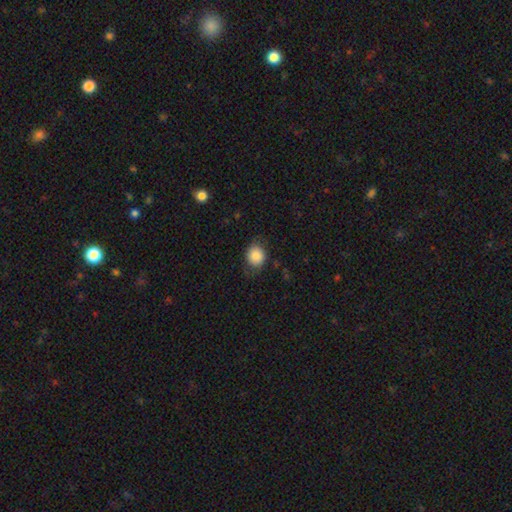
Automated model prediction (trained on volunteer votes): A smooth galaxy with no disk features (83%) that is round (67%).

Vote fractions:
- Smooth or featured? smooth: 83% / featured or disk: 9% / star or artifact: 9%
- How rounded? round: 67% / in between: 32% / cigar-shaped: 1%
- Merging? none: 73% / minor disturbance: 20% / major disturbance: 6% / merger: 1%